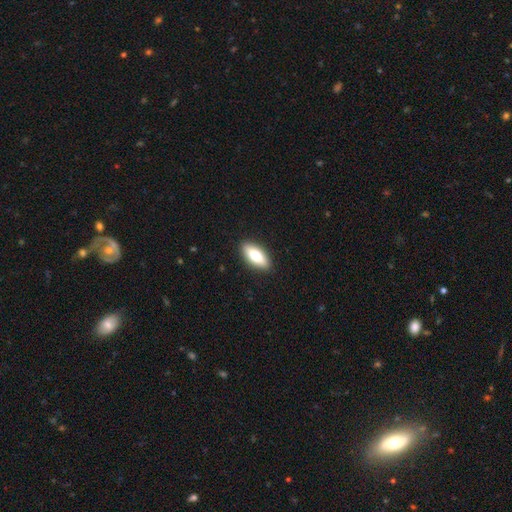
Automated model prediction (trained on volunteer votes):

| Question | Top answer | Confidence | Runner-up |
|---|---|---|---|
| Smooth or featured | smooth | 72% | featured or disk (22%) |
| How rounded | in between | 82% | cigar-shaped (15%) |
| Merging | none | 90% | minor disturbance (7%) |